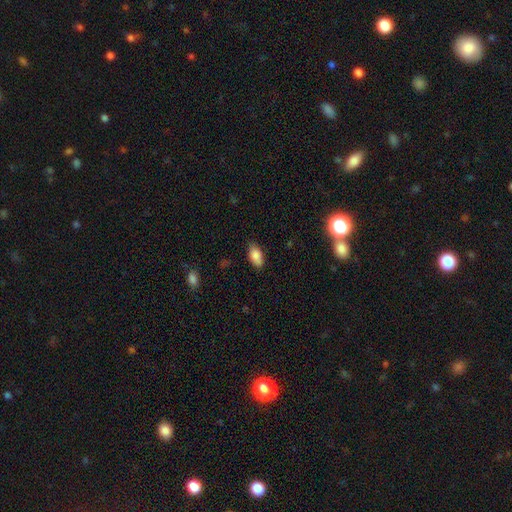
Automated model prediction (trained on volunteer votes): Morphology: type=smooth (84%); roundness=in between (91%); merging=none (80%).